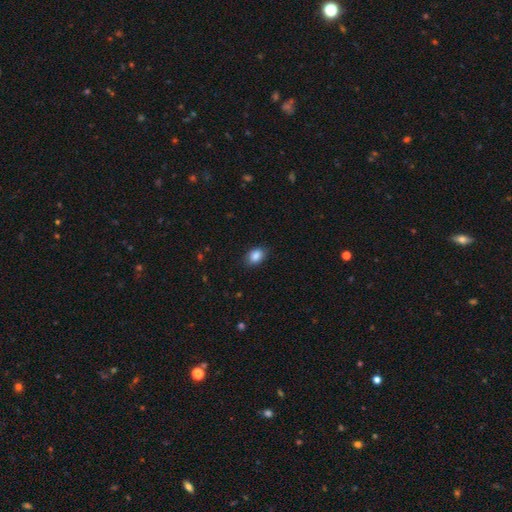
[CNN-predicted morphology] smooth-or-featured: smooth: 87% | star or artifact: 8% | featured or disk: 5%
  how-rounded: in between: 79% | round: 20% | cigar-shaped: 1%
  merging: none: 85% | minor disturbance: 12% | major disturbance: 3% | merger: 1%